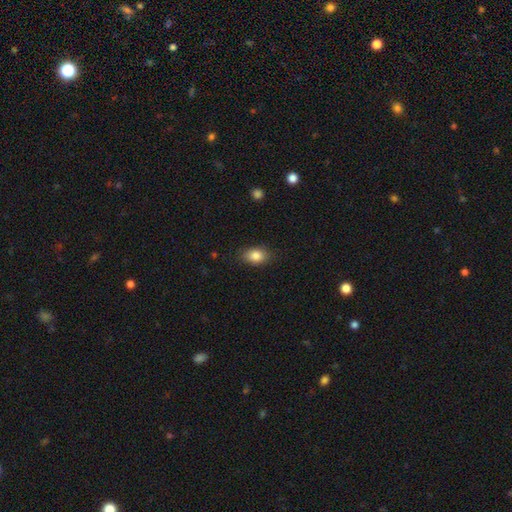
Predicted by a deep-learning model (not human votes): A smooth galaxy with no disk features (85%) that is in between round and cigar-shaped (79%). Merging: none (85%).